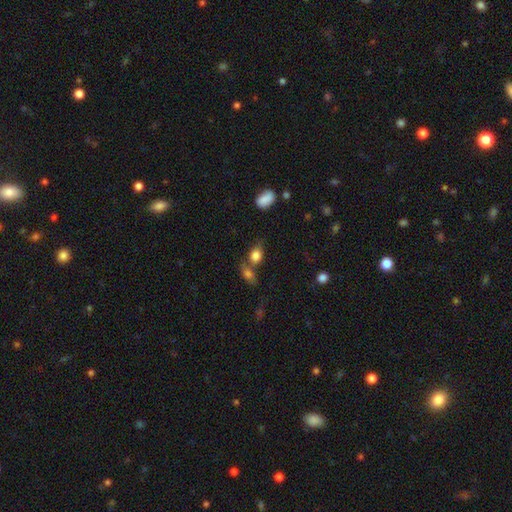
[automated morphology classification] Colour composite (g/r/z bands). It shows a smooth galaxy with no disk features (82%) that is in between round and cigar-shaped (65%). Merging: none (44%).